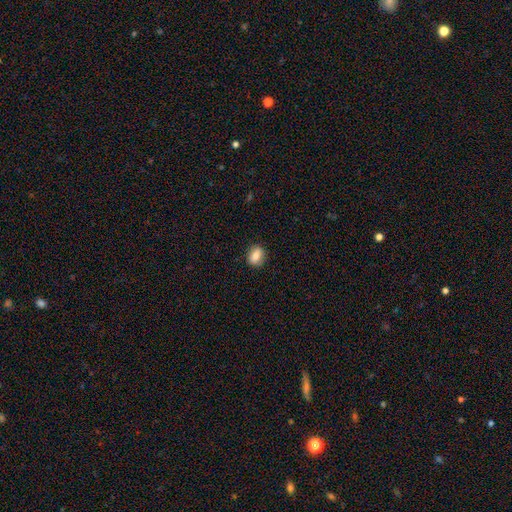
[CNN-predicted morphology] smooth 76%, featured or disk 15%, star or artifact 9%. Down the decision tree: how rounded — in between (55%); merging — none (85%).